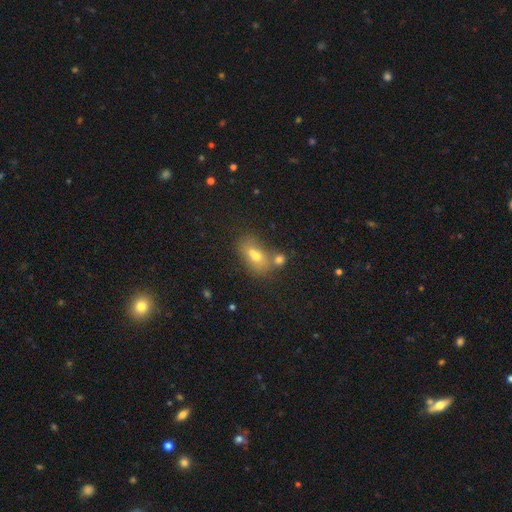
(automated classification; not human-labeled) smooth_or_featured: smooth (p=0.62) [alt: star or artifact p=0.19]
how_rounded: in between (p=0.77) [alt: round p=0.19]
merging: none (p=0.46) [alt: merger p=0.35]